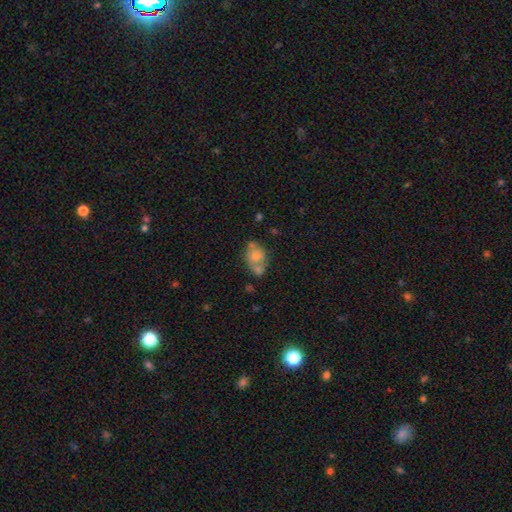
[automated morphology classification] Smooth or featured: smooth — 60% (featured or disk — 31%)
How rounded: in between — 66% (round — 33%)
Merging: merger — 40% (none — 36%)